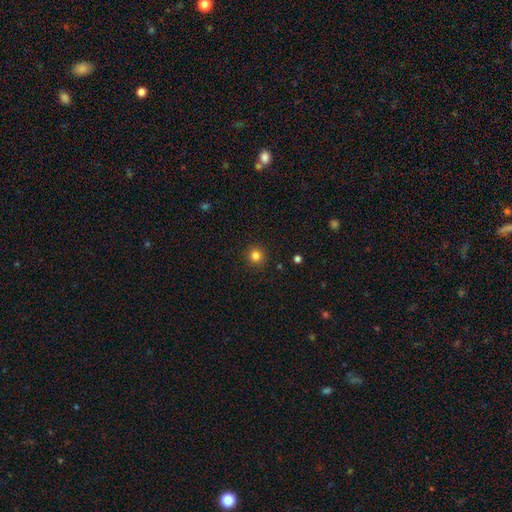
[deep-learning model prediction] This is clearly a smooth galaxy (83%). How rounded: clearly round (94%). Merging: clearly none (91%).